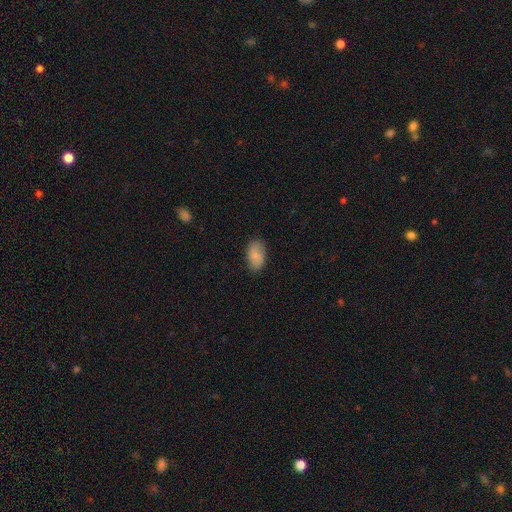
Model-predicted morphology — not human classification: This appears to be a smooth galaxy with no disk features (85%) that is in between round and cigar-shaped (93%). Merging: none (83%).